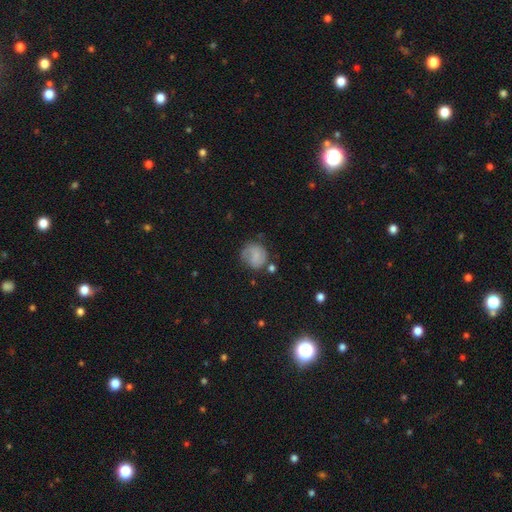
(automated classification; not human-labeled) Q: Smooth or featured?
A: smooth (58%); runner-up: featured or disk (33%)
Q: How rounded?
A: round (78%); runner-up: in between (21%)
Q: Merging?
A: none (56%); runner-up: minor disturbance (26%)